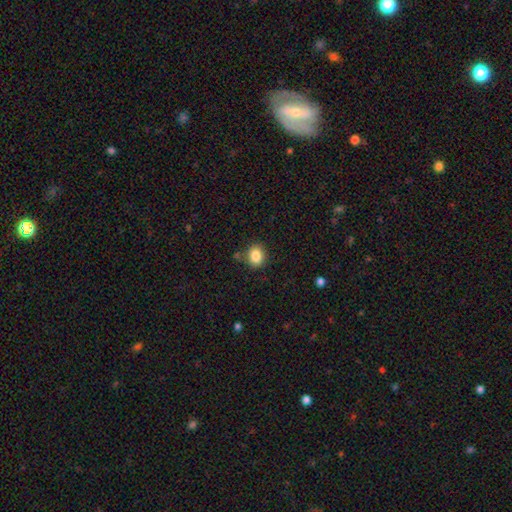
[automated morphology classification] The model was most divided on "how rounded": round: 59%, in between: 40%, cigar-shaped: 1%. More confident: smooth or featured — smooth (85%); merging — none (80%).